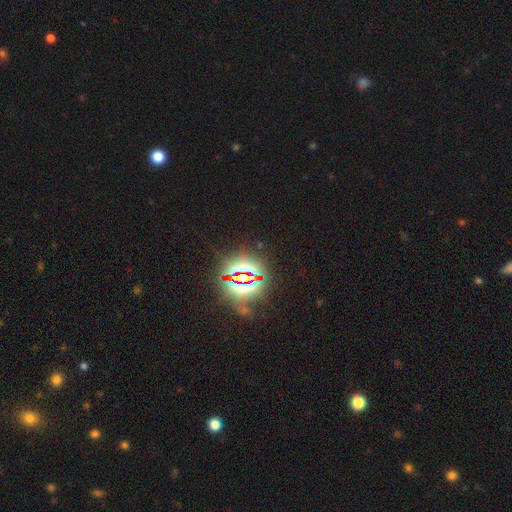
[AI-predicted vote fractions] Overall: star or artifact (84%).